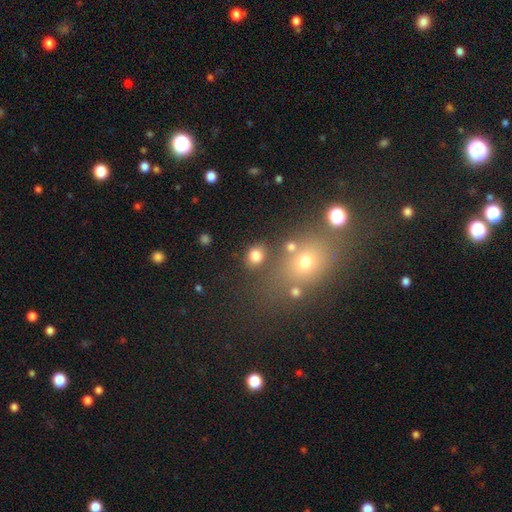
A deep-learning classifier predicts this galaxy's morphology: Smooth or featured? smooth (78%)
How rounded? round (59%)
Merging? none (74%)